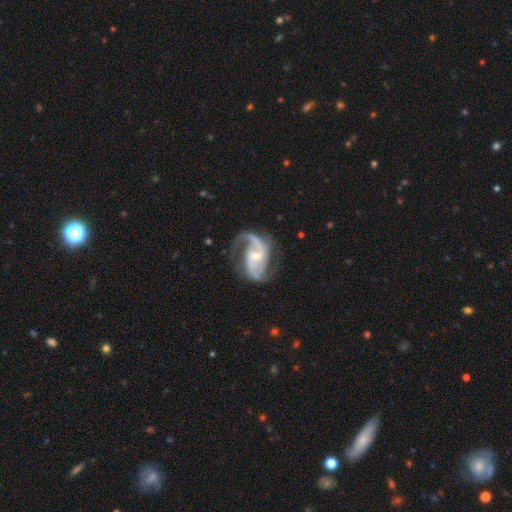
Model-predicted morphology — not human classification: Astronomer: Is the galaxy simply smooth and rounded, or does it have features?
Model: featured or disk — 91%.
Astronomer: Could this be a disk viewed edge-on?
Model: no — 98%.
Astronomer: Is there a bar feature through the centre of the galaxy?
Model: weak — 41% (runner-up: no, 39%).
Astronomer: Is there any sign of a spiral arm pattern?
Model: yes — 97%.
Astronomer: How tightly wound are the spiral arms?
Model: medium — 46% (runner-up: loose, 41%).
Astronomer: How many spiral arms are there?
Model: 2 — 86%.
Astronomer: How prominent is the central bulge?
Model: small — 50% (runner-up: moderate, 46%).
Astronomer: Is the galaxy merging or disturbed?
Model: none — 68%.